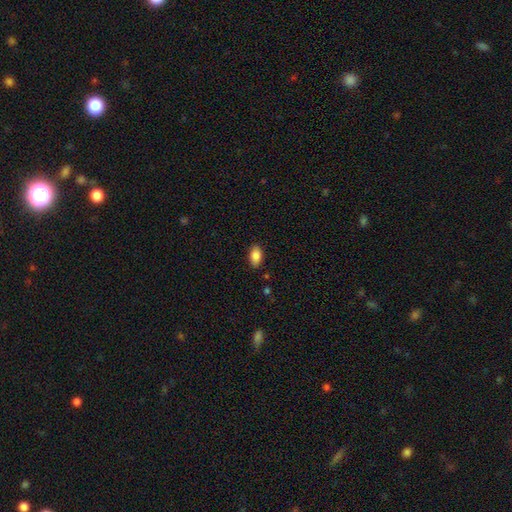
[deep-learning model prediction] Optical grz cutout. It shows a smooth galaxy with no disk features (86%) that is in between round and cigar-shaped (91%). Merging: none (86%).